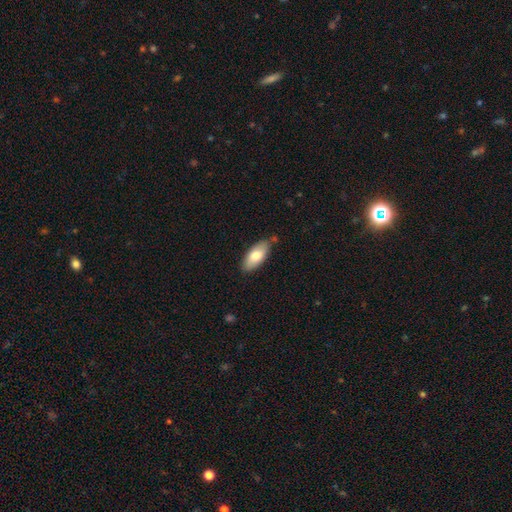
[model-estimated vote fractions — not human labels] A smooth galaxy with no disk features (76%) that is in between round and cigar-shaped (87%).

Vote fractions:
- Smooth or featured? smooth: 76% / featured or disk: 18% / star or artifact: 6%
- How rounded? in between: 87% / cigar-shaped: 11% / round: 2%
- Merging? none: 79% / minor disturbance: 15% / merger: 3% / major disturbance: 3%